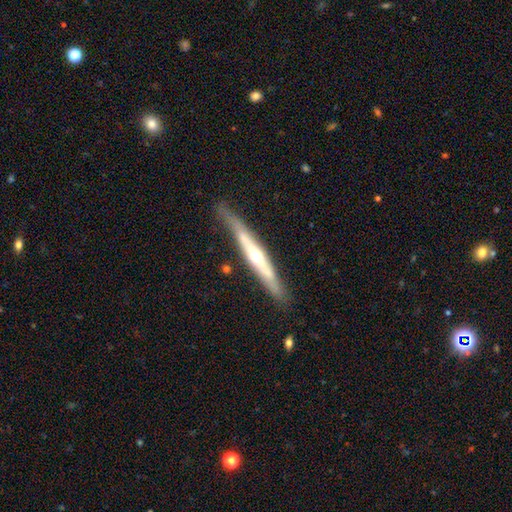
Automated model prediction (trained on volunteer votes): A featured or disk galaxy (67%) viewed edge-on (93%) with a rounded central bulge (72%).

Vote fractions:
- Smooth or featured? featured or disk: 67% / smooth: 27% / star or artifact: 5%
- Edge-on disk? yes: 93% / no: 7%
- Edge-on bulge? rounded: 72% / none: 23% / boxy: 5%
- Merging? none: 81% / minor disturbance: 14% / major disturbance: 3% / merger: 2%